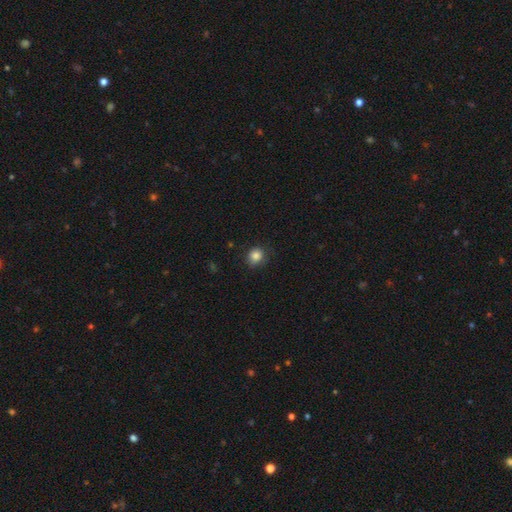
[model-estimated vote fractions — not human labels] Morphology: type=smooth (85%); roundness=round (79%); merging=none (77%).